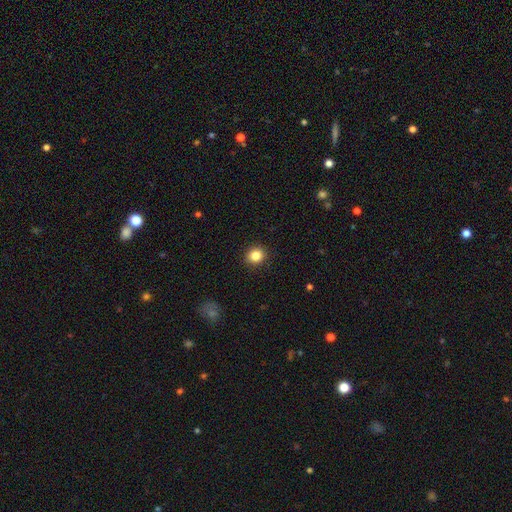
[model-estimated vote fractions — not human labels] Smooth or featured? smooth (84%)
How rounded? round (84%)
Merging? none (91%)